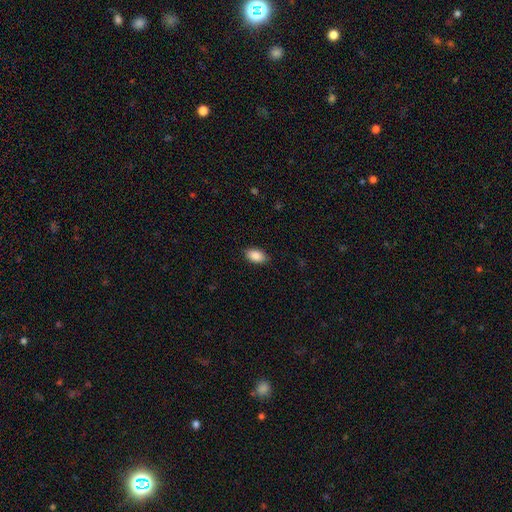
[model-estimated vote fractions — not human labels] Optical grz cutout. It shows a smooth galaxy with no disk features (88%) that is in between round and cigar-shaped (92%). Merging: none (87%).